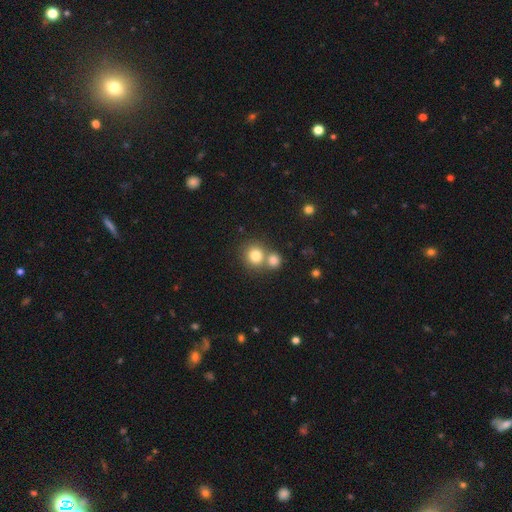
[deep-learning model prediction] A smooth galaxy with no disk features (79%) that is round (86%).

Vote fractions:
- Smooth or featured? smooth: 79% / star or artifact: 11% / featured or disk: 10%
- How rounded? round: 86% / in between: 13% / cigar-shaped: 1%
- Merging? none: 50% / merger: 40% / minor disturbance: 7% / major disturbance: 3%